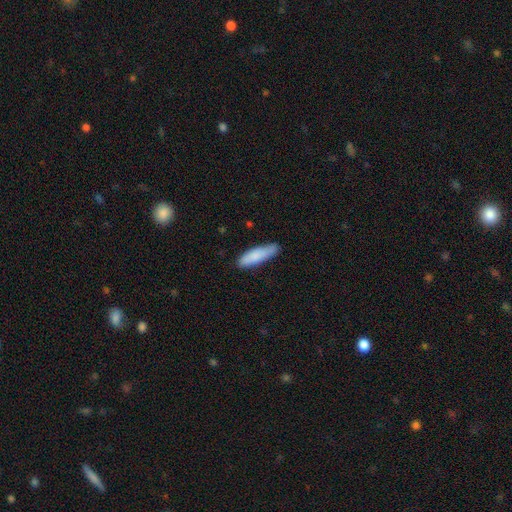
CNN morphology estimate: smooth-or-featured: smooth: 84% | featured or disk: 10% | star or artifact: 6%
  how-rounded: cigar-shaped: 66% | in between: 33% | round: 1%
  merging: none: 81% | minor disturbance: 15% | major disturbance: 2% | merger: 1%